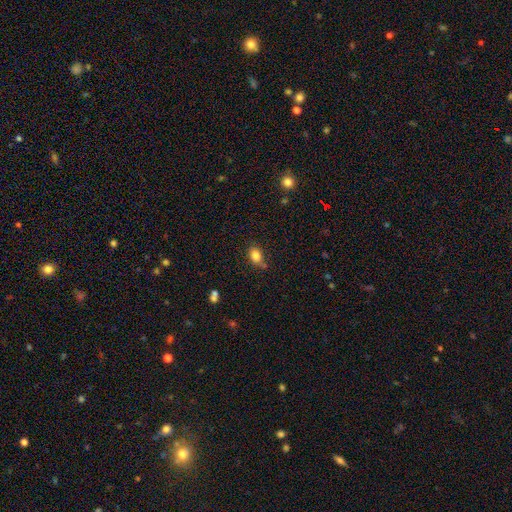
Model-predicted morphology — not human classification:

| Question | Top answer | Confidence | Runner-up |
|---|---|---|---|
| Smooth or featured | smooth | 84% | star or artifact (10%) |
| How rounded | in between | 70% | round (29%) |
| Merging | none | 67% | minor disturbance (19%) |